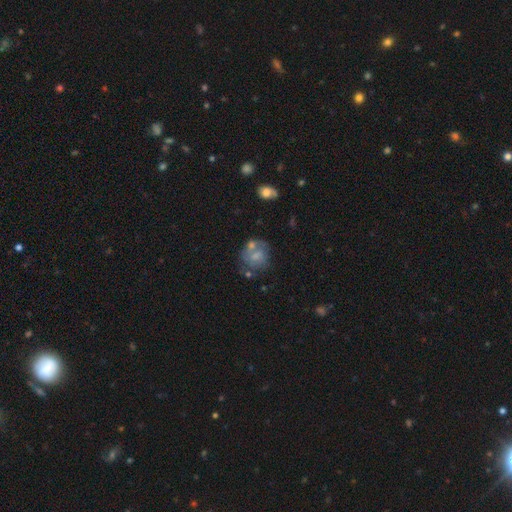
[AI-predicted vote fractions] smooth 53%, featured or disk 38%, star or artifact 10%. Down the decision tree: how rounded — round (66%); merging — none (41%).